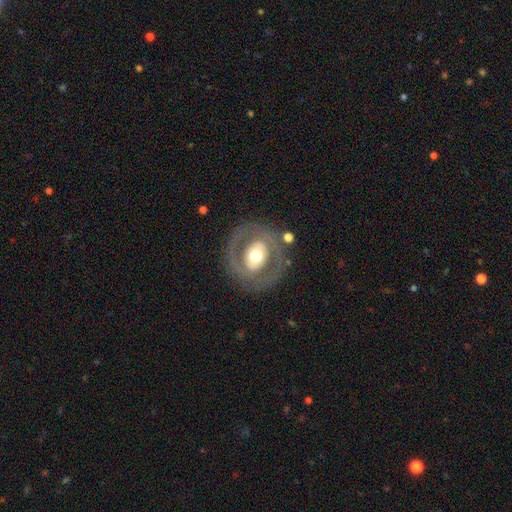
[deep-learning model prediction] This is likely a featured or disk galaxy (61%). It is clearly not viewed edge-on (95%). Bar: likely no (67%). Spiral arm pattern: likely no (73%). Central bulge: possibly moderate (58%). Merging: likely none (78%).